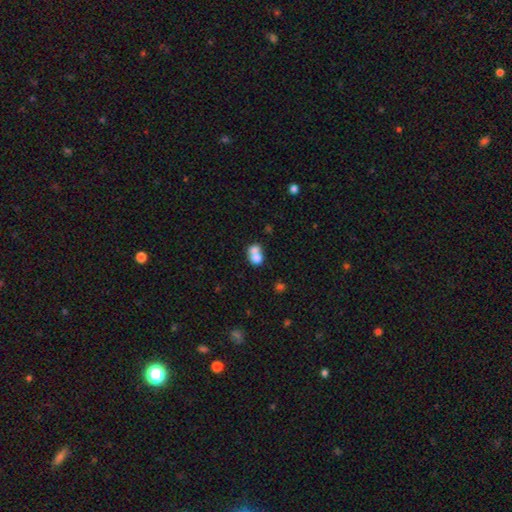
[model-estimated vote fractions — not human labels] smooth-or-featured: smooth: 72% | featured or disk: 18% | star or artifact: 10%
  how-rounded: round: 57% | in between: 42% | cigar-shaped: 1%
  merging: merger: 70% | none: 21% | minor disturbance: 5% | major disturbance: 3%